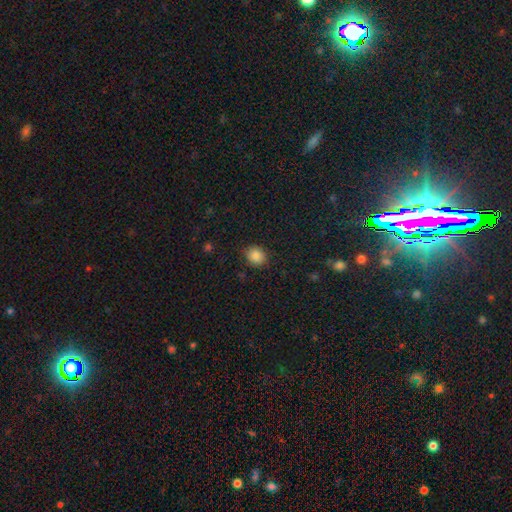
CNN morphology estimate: Overall: smooth (86%). How rounded: round (69%; in between 30%). Merging: none (85%).